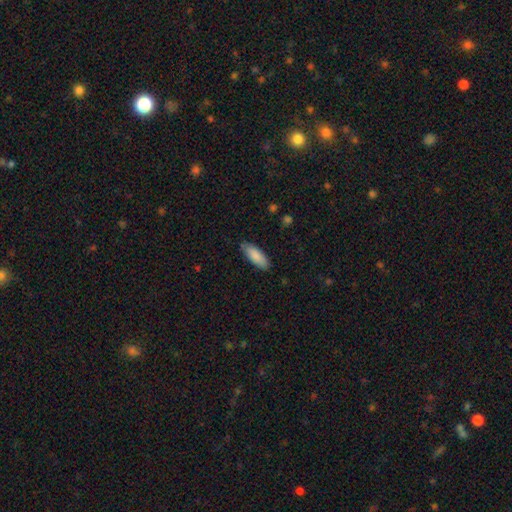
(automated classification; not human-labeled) Smooth or featured? smooth (87%)
How rounded? in between (69%)
Merging? none (83%)